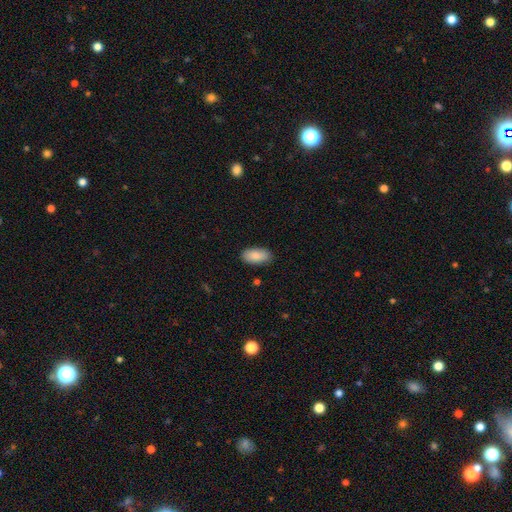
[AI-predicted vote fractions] Overall: smooth (88%). How rounded: in between (93%). Merging: none (87%).